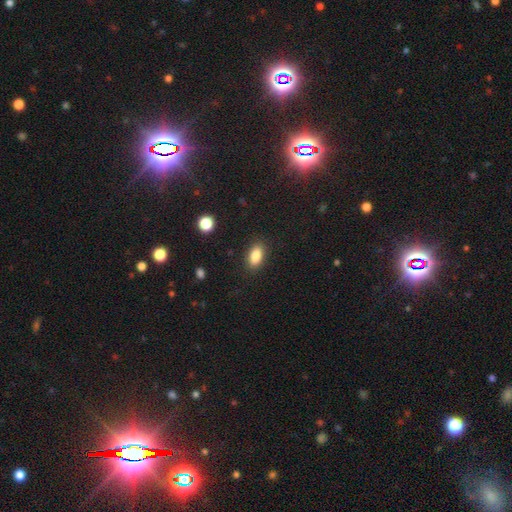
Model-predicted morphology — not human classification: smooth_or_featured: smooth (p=0.85) [alt: star or artifact p=0.08]
how_rounded: in between (p=0.88) [alt: cigar-shaped p=0.06]
merging: none (p=0.88) [alt: minor disturbance p=0.08]